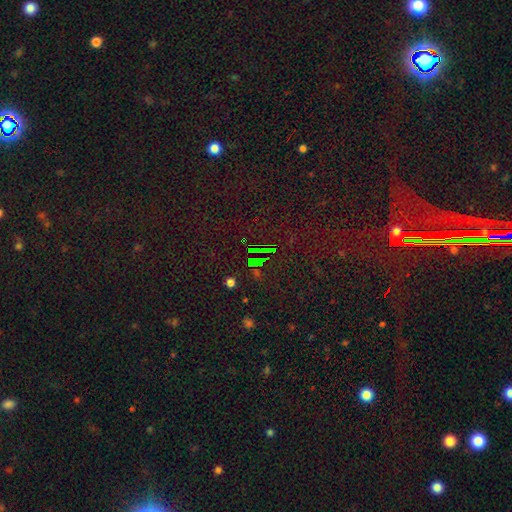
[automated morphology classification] This appears to be a star or artifact, not a galaxy (76%).